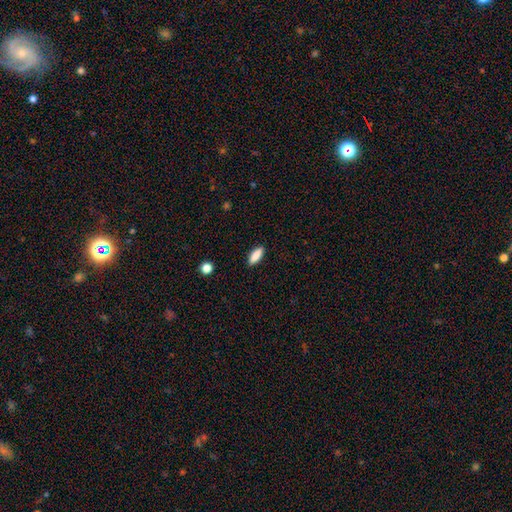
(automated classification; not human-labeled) Overall: smooth (86%). How rounded: in between (64%; cigar-shaped 34%). Merging: none (89%).